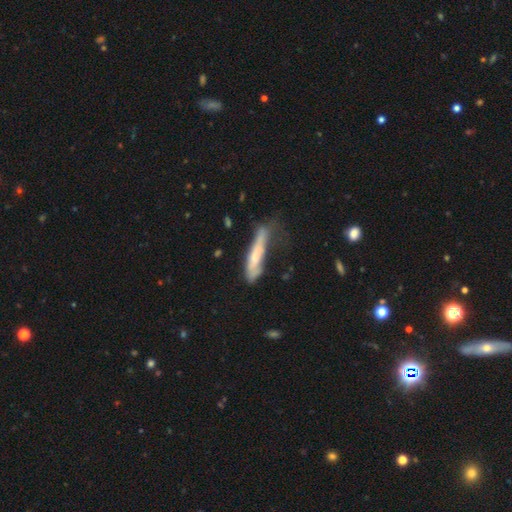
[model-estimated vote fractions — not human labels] smooth 59%, featured or disk 34%, star or artifact 7%. Down the decision tree: how rounded — cigar-shaped (86%); merging — none (37%).